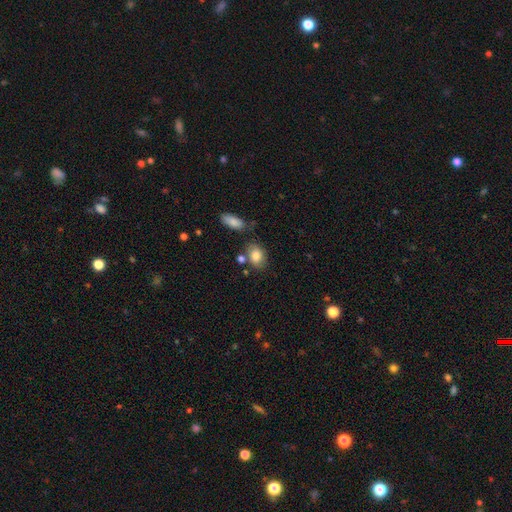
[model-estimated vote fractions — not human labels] Smooth or featured? Predicted: smooth (p=0.82). How rounded? Predicted: in between (p=0.79). Merging? Predicted: none (p=0.68).